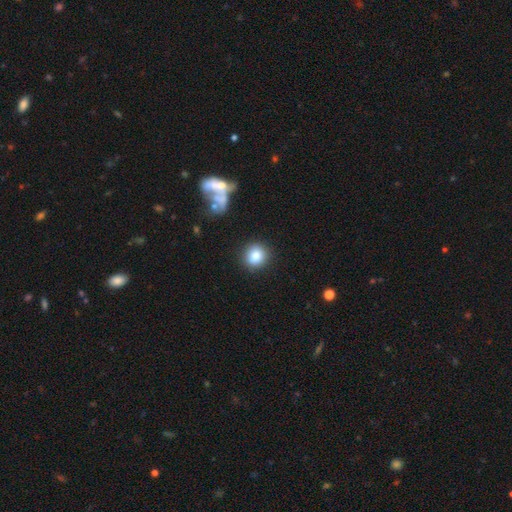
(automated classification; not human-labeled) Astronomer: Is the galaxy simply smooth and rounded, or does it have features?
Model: smooth — 83%.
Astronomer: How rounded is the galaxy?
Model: round — 88%.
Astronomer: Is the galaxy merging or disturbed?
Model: none — 88%.